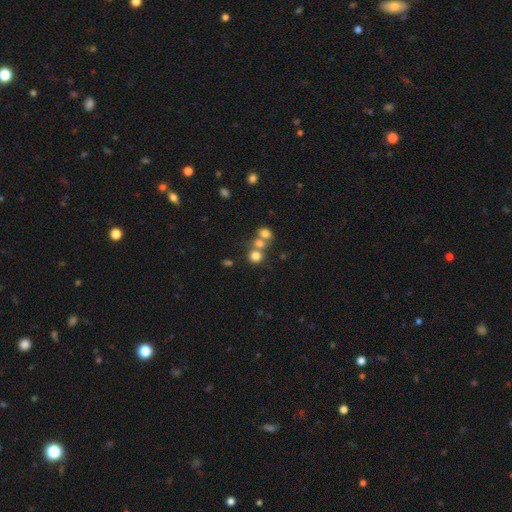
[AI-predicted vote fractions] smooth 73%, star or artifact 15%, featured or disk 12%. Down the decision tree: how rounded — round (80%); merging — none (45%).